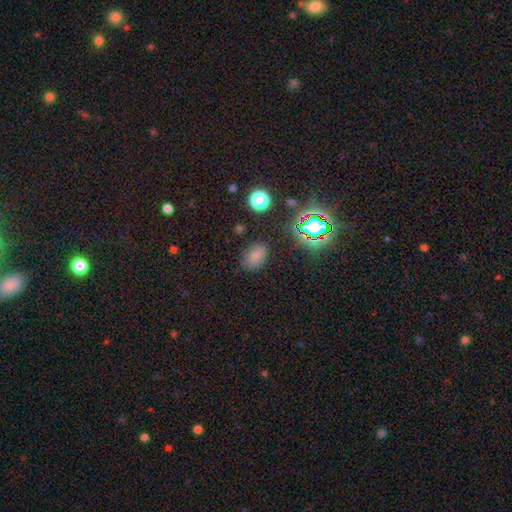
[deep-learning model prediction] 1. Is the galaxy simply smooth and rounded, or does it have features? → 69% smooth, 21% star or artifact, 10% featured or disk.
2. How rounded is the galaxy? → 81% in between, 17% round, 2% cigar-shaped.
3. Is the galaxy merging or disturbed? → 77% none, 15% minor disturbance, 5% major disturbance, 2% merger.